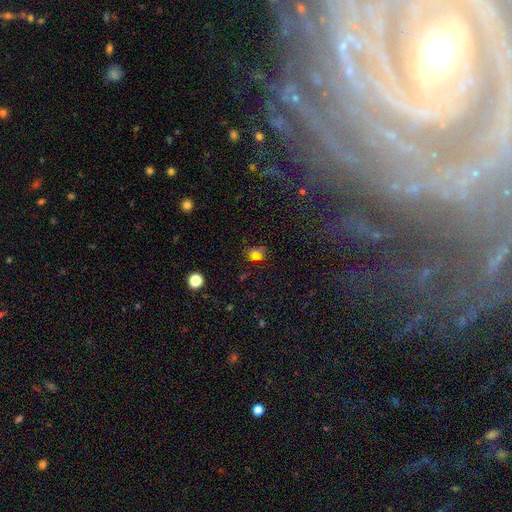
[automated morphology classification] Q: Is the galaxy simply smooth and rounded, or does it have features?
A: smooth — 62%.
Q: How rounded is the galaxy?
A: round — 50%.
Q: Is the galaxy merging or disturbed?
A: none — 54%.